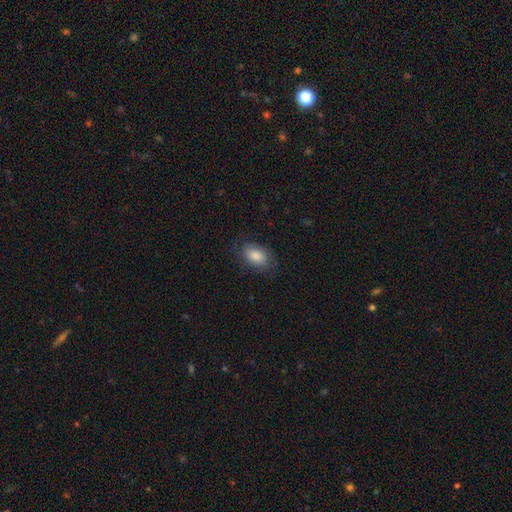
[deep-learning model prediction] This appears to be a smooth galaxy with no disk features (83%) that is in between round and cigar-shaped (87%). Merging: none (78%).